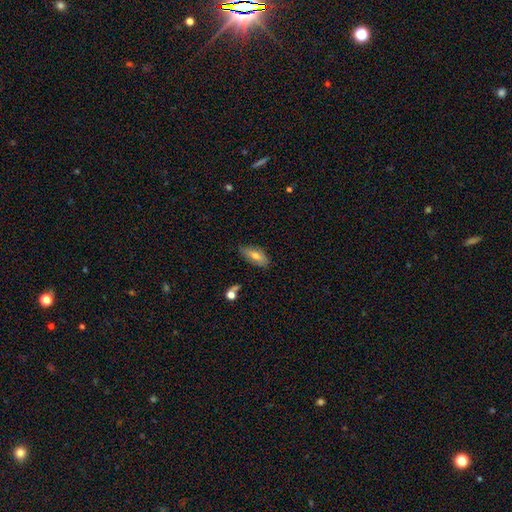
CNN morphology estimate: Smooth or featured?
  - smooth: 62% *
  - featured or disk: 29%
  - star or artifact: 9%
How rounded?
  - in between: 81% *
  - cigar-shaped: 16%
  - round: 4%
Merging?
  - none: 76% *
  - minor disturbance: 19%
  - major disturbance: 3%
  - merger: 2%